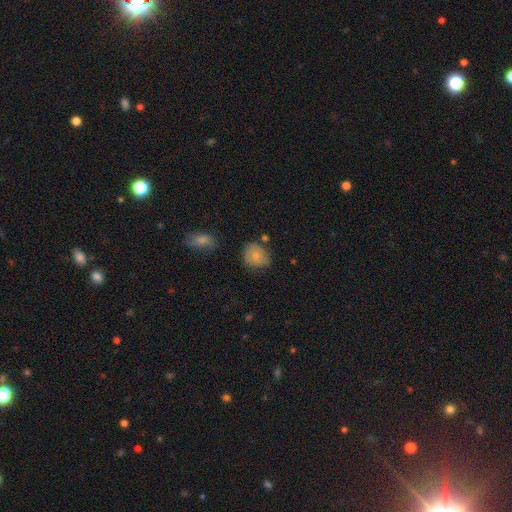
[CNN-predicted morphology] type=smooth (76%); roundness=round (61%); merging=none (64%).